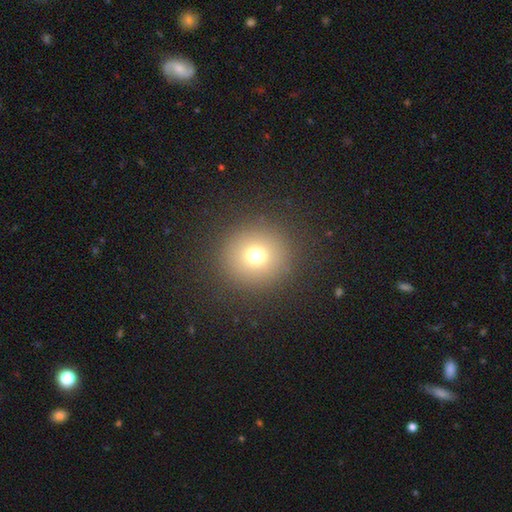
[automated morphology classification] Overall: smooth (72%). How rounded: round (93%). Merging: none (90%).